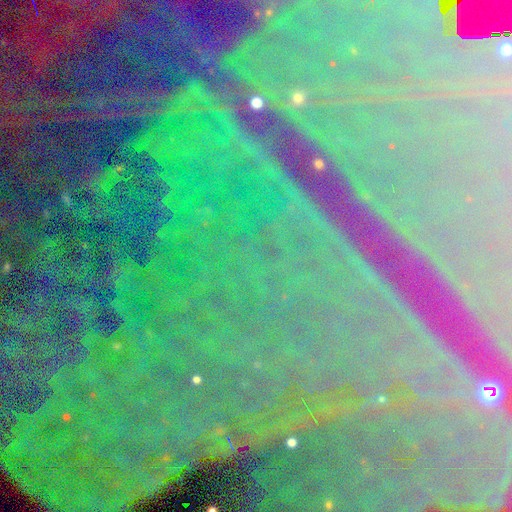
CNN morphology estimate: Overall: star or artifact (89%).